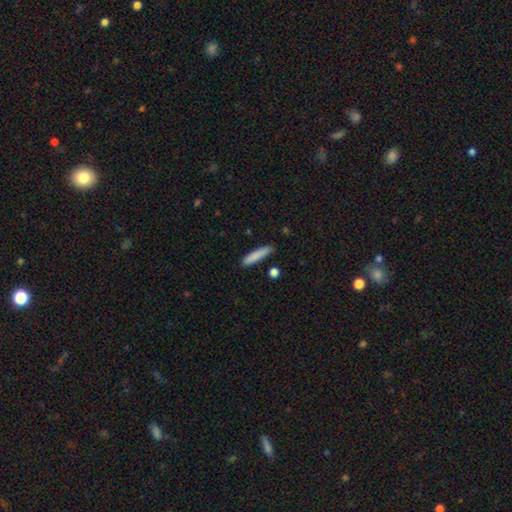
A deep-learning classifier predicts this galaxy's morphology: Smooth or featured: smooth — 84% (featured or disk — 10%)
How rounded: cigar-shaped — 88% (in between — 11%)
Merging: none — 84% (minor disturbance — 12%)